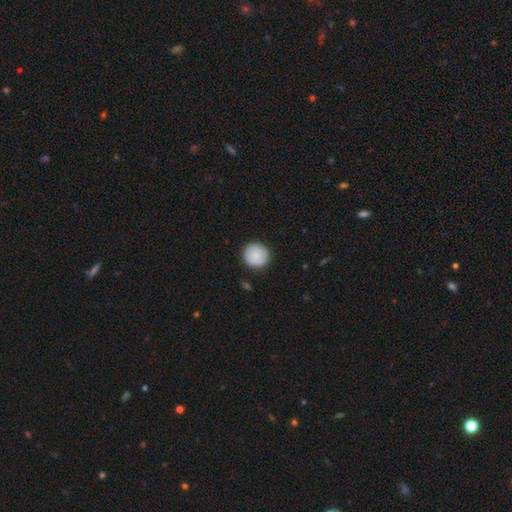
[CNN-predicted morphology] Smooth or featured? Predicted: smooth (p=0.74). How rounded? Predicted: round (p=0.93). Merging? Predicted: none (p=0.87).